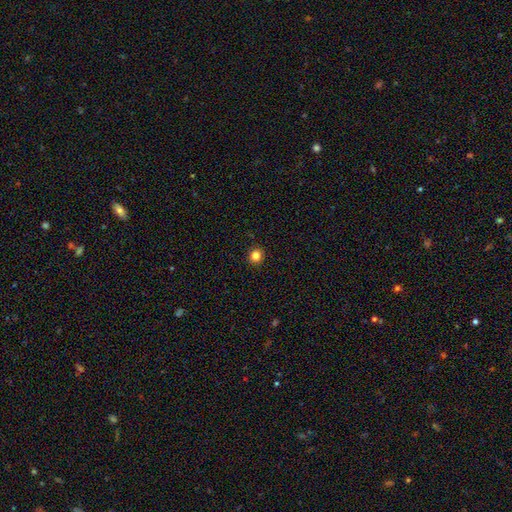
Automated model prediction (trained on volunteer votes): smooth_or_featured: smooth (p=0.82) [alt: star or artifact p=0.13]
how_rounded: round (p=0.93) [alt: in between p=0.06]
merging: none (p=0.93) [alt: minor disturbance p=0.05]